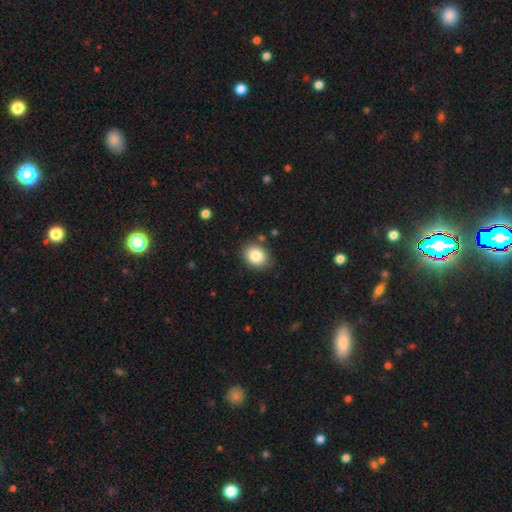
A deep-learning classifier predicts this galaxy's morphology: Smooth or featured: smooth — 84% (star or artifact — 9%)
How rounded: round — 54% (in between — 45%)
Merging: none — 84% (minor disturbance — 11%)